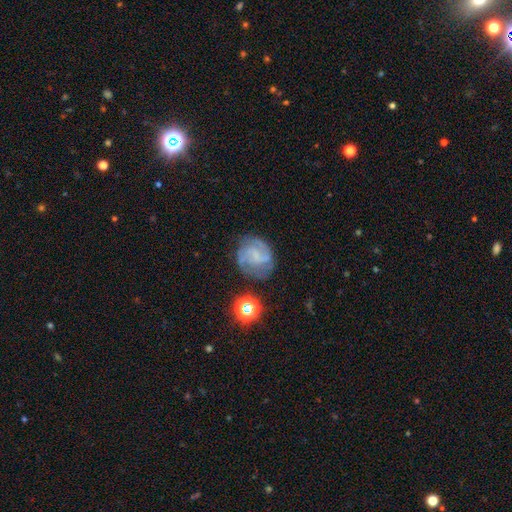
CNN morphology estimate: smooth-or-featured: featured or disk: 68% | smooth: 22% | star or artifact: 10%
  disk-edge-on: no: 98% | yes: 2%
    bar: no: 44% (tied) | weak: 44% (tied) | strong: 13%
    has-spiral-arms: yes: 88% | no: 12%
      spiral-winding: medium: 46% | tight: 35% | loose: 19%
      spiral-arm-count: 2: 49% | can't tell: 24% | 3: 16% | 1: 4% | 4: 4% | more than 4: 3%
    bulge-size: none: 52% | small: 33% | moderate: 12% | large: 2% | dominant: 1%
  merging: none: 65% | minor disturbance: 20% | major disturbance: 12% | merger: 3%